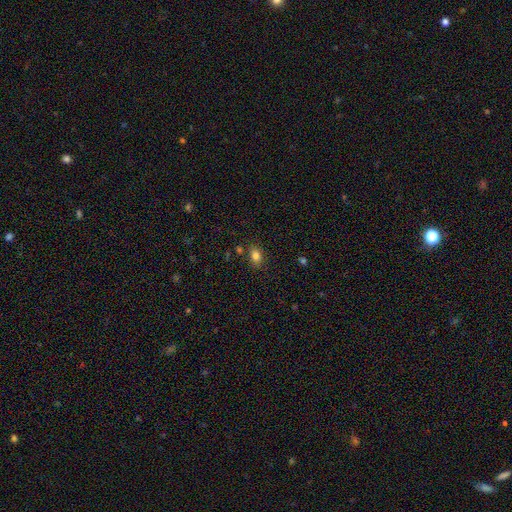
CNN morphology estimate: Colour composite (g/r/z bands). It shows a smooth galaxy with no disk features (82%) that is in between round and cigar-shaped (76%). Merging: none (81%).